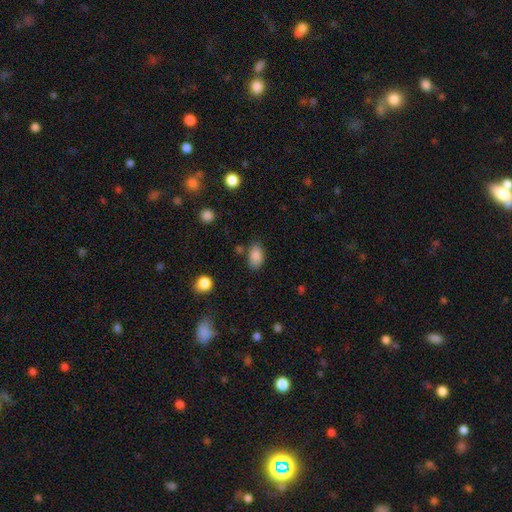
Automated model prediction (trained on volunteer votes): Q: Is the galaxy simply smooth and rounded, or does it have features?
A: smooth — 86%.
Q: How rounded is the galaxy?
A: in between — 90%.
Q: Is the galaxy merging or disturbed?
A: none — 76%.